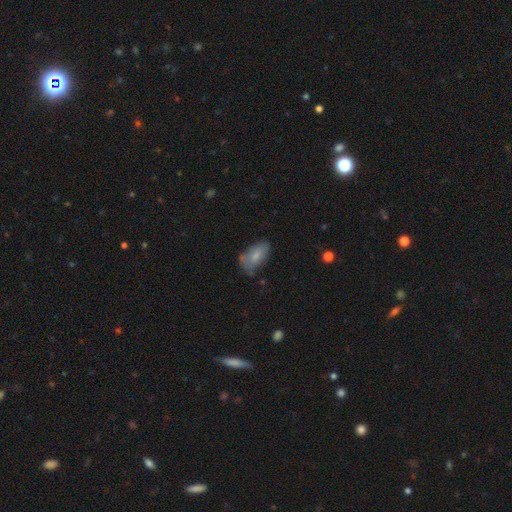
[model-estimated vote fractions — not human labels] This is likely a smooth galaxy (73%). How rounded: clearly in between (92%). Merging: possibly none (54%).